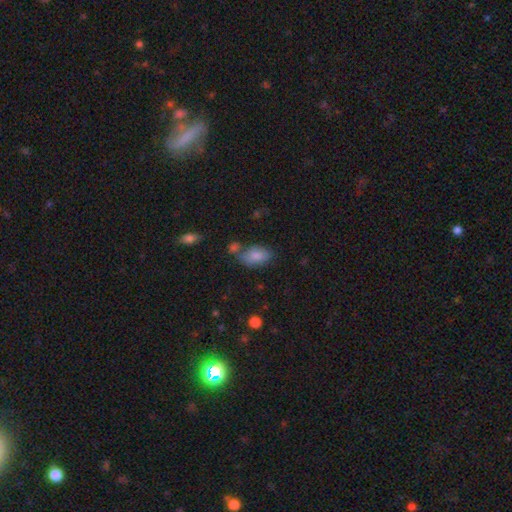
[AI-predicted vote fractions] The model was most divided on "merging": none: 56%, minor disturbance: 21%, merger: 16%, major disturbance: 7%. More confident: how rounded — in between (91%); smooth or featured — smooth (82%).